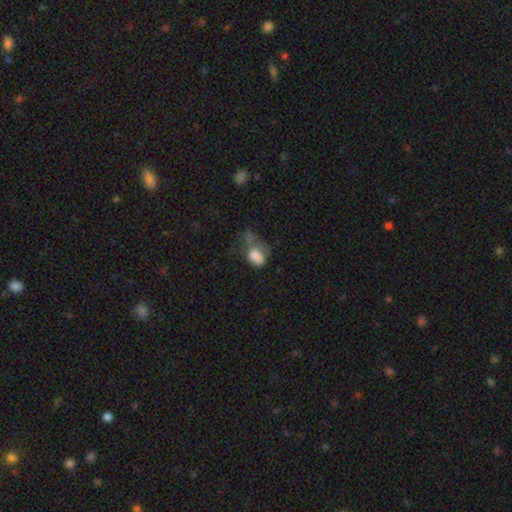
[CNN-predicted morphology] A smooth galaxy with no disk features (74%) that is in between round and cigar-shaped (77%). Merging: major disturbance (47%).